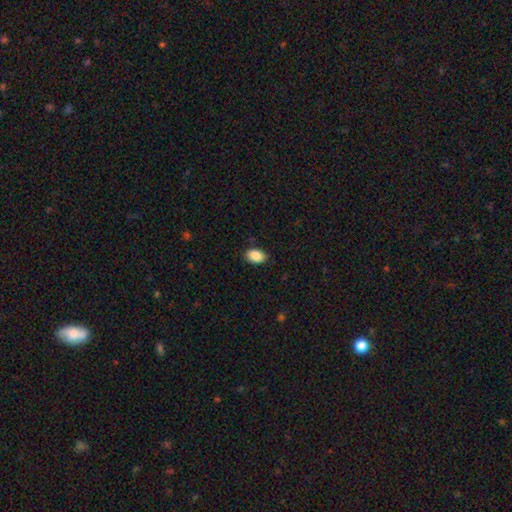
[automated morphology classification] The model was most divided on "how rounded": in between: 86%, round: 13%, cigar-shaped: 1%. More confident: smooth or featured — smooth (89%); merging — none (85%).